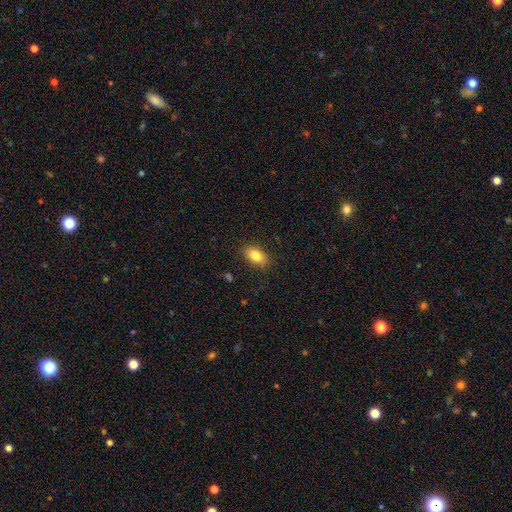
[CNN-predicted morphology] Smooth or featured? Predicted: smooth (p=0.82). How rounded? Predicted: in between (p=0.88). Merging? Predicted: none (p=0.85).